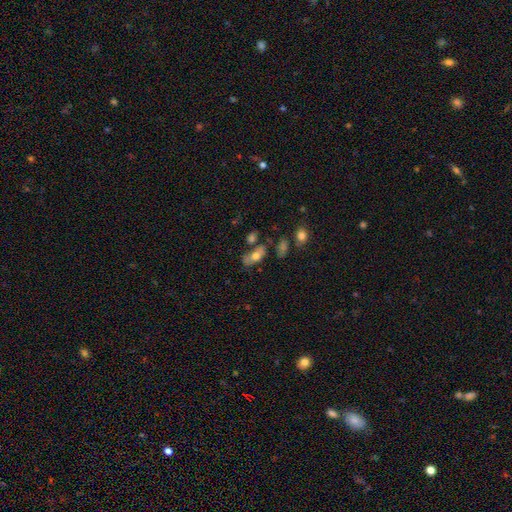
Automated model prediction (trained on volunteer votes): smooth-or-featured: smooth: 63% | featured or disk: 29% | star or artifact: 8%
  how-rounded: in between: 85% | cigar-shaped: 9% | round: 6%
  merging: none: 51% | minor disturbance: 21% | merger: 18% | major disturbance: 10%